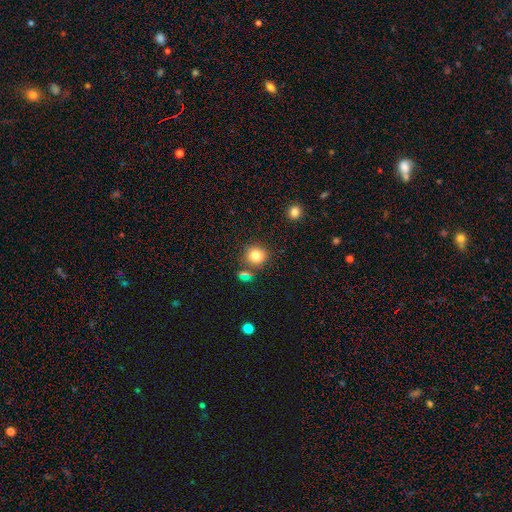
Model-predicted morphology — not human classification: A smooth galaxy with no disk features (81%) that is round (88%).

Vote fractions:
- Smooth or featured? smooth: 81% / star or artifact: 12% / featured or disk: 7%
- How rounded? round: 88% / in between: 11% / cigar-shaped: 1%
- Merging? none: 77% / merger: 10% / minor disturbance: 9% / major disturbance: 3%